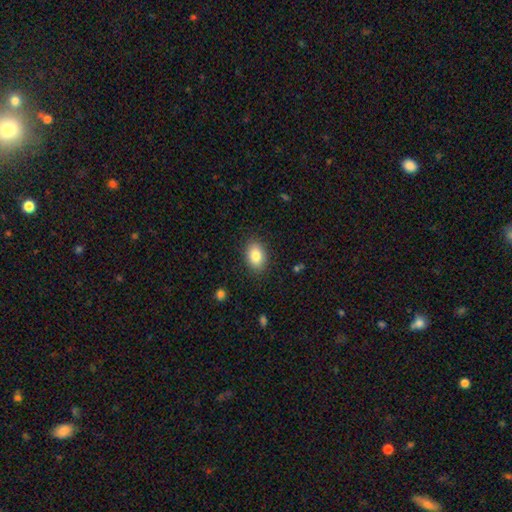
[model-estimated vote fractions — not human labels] Overall: smooth (84%). How rounded: in between (81%). Merging: none (87%).